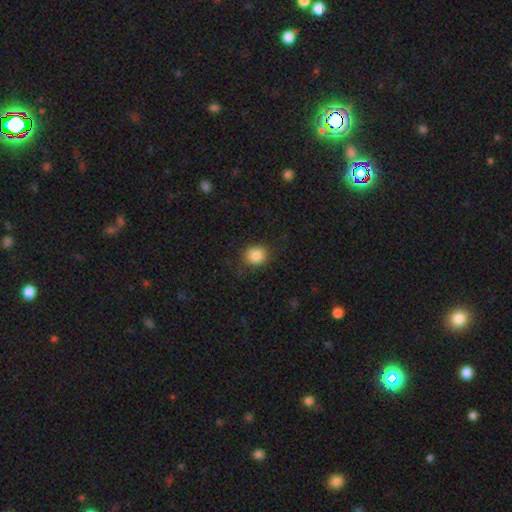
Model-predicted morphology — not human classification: This is clearly a smooth galaxy (85%). How rounded: clearly round (82%). Merging: likely none (80%).